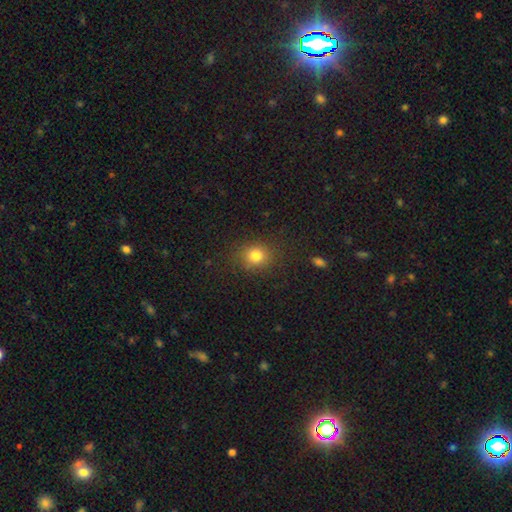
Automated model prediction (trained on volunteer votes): A smooth galaxy with no disk features (81%) that is round (79%). Merging: none (86%).